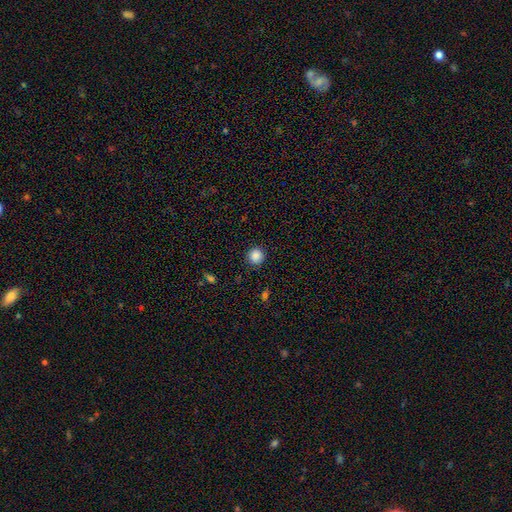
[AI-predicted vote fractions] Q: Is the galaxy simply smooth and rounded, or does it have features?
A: smooth — 86%.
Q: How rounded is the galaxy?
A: round — 93%.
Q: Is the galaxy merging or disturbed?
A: none — 91%.